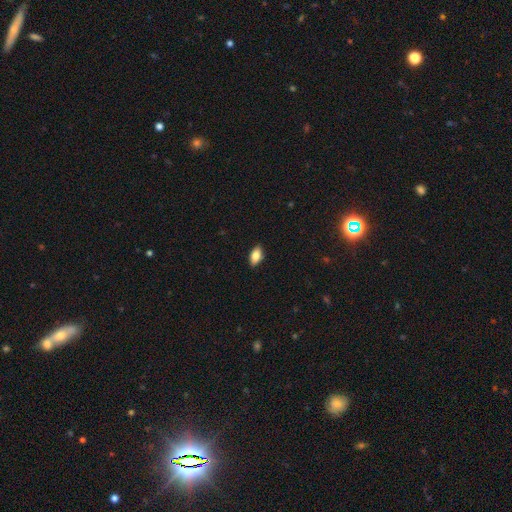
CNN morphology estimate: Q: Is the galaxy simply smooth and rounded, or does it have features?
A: smooth — 81%.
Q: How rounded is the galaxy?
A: in between — 90%.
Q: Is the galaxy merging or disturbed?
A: none — 89%.